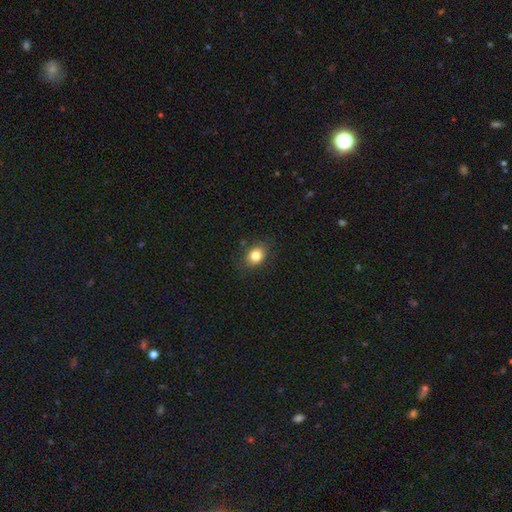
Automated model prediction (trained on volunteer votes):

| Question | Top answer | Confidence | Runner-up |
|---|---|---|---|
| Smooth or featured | smooth | 82% | star or artifact (11%) |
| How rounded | in between | 50% | round (48%) |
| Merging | none | 83% | minor disturbance (13%) |